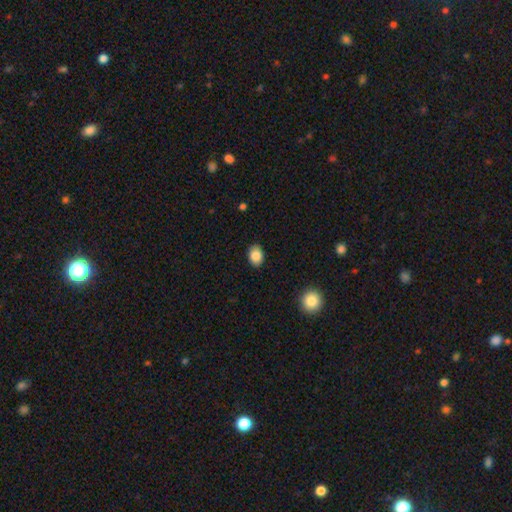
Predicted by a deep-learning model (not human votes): Morphology: type=smooth (86%); roundness=in between (73%); merging=none (88%).